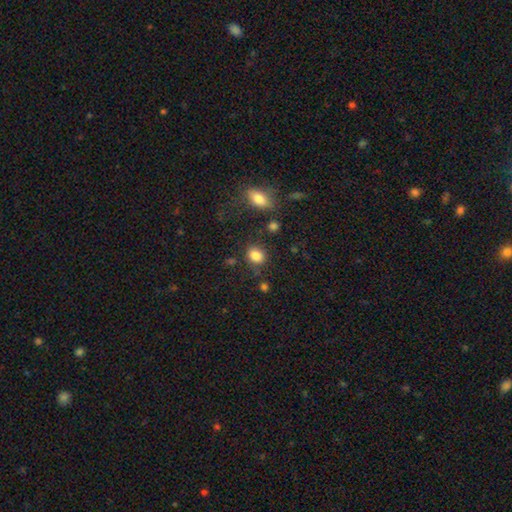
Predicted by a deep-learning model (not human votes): Q: Smooth or featured?
A: smooth (85%); runner-up: star or artifact (10%)
Q: How rounded?
A: in between (51%); runner-up: round (47%)
Q: Merging?
A: none (78%); runner-up: minor disturbance (13%)